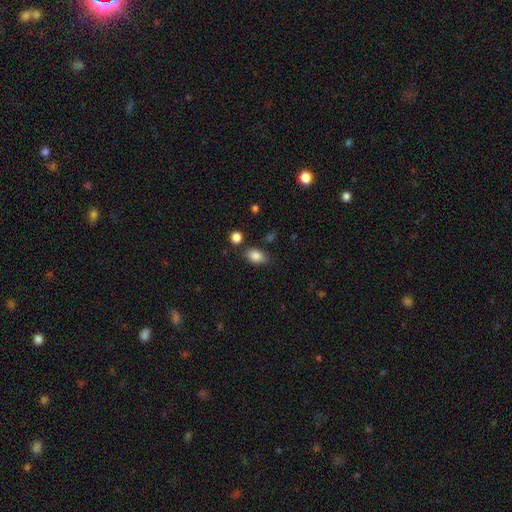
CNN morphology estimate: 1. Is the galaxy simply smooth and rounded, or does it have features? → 85% smooth, 9% star or artifact, 6% featured or disk.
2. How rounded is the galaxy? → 84% in between, 14% round, 2% cigar-shaped.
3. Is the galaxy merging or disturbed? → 77% none, 14% minor disturbance, 5% merger, 3% major disturbance.